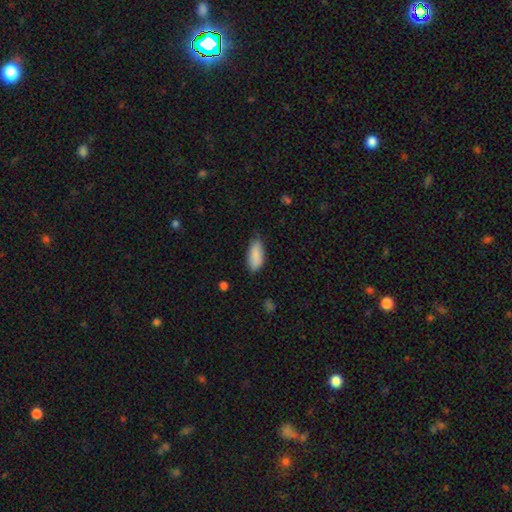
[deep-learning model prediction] Smooth or featured? smooth (88%)
How rounded? in between (86%)
Merging? none (74%)